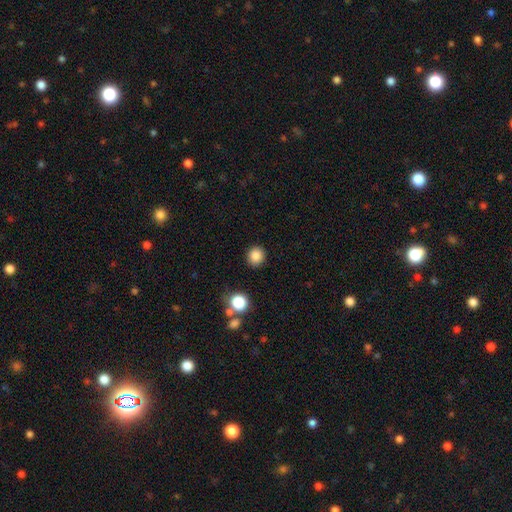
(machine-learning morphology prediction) This appears to be a smooth galaxy with no disk features (86%) that is round (90%). Merging: none (89%).